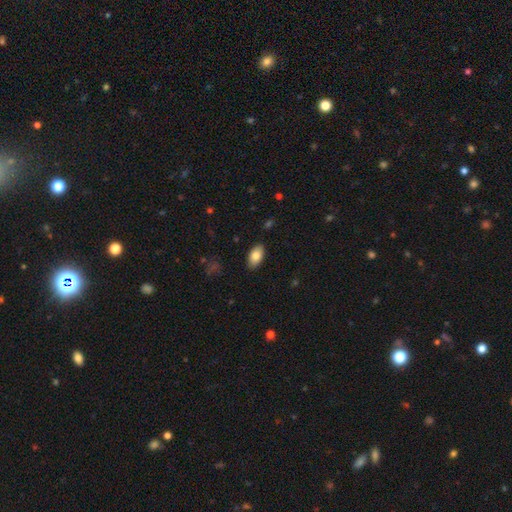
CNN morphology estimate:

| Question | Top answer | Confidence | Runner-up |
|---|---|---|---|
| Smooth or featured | smooth | 83% | featured or disk (10%) |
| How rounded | in between | 94% | round (4%) |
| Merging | none | 88% | minor disturbance (9%) |